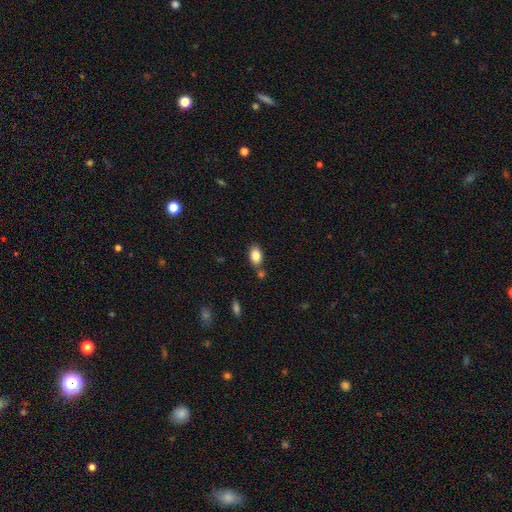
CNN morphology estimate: A smooth galaxy with no disk features (84%) that is in between round and cigar-shaped (87%).

Vote fractions:
- Smooth or featured? smooth: 84% / star or artifact: 8% / featured or disk: 8%
- How rounded? in between: 87% / round: 11% / cigar-shaped: 2%
- Merging? none: 74% / minor disturbance: 12% / merger: 11% / major disturbance: 3%